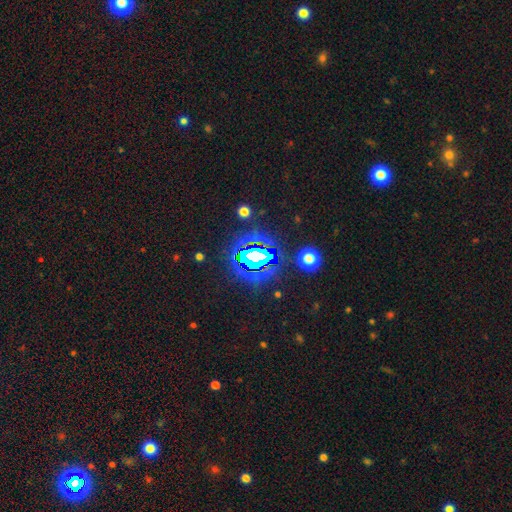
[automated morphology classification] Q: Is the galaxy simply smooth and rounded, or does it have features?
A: star or artifact — 73%.